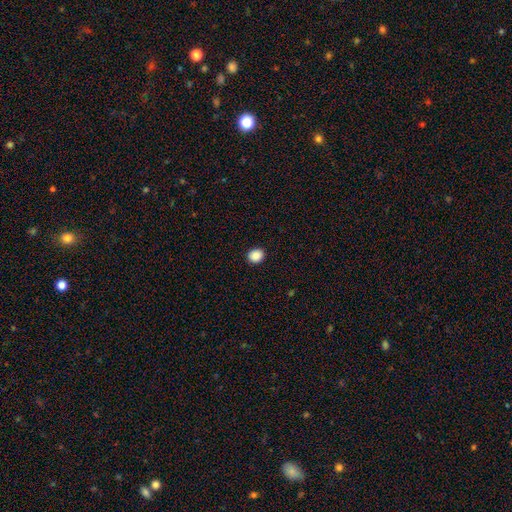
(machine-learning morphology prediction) Q: Smooth or featured?
A: smooth (89%); runner-up: star or artifact (9%)
Q: How rounded?
A: round (72%); runner-up: in between (27%)
Q: Merging?
A: none (92%); runner-up: minor disturbance (5%)